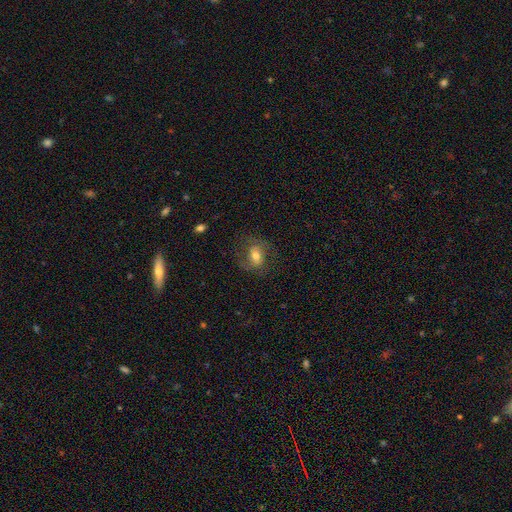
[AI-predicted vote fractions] Smooth or featured? Predicted: smooth (p=0.54). How rounded? Predicted: in between (p=0.65). Merging? Predicted: none (p=0.68).